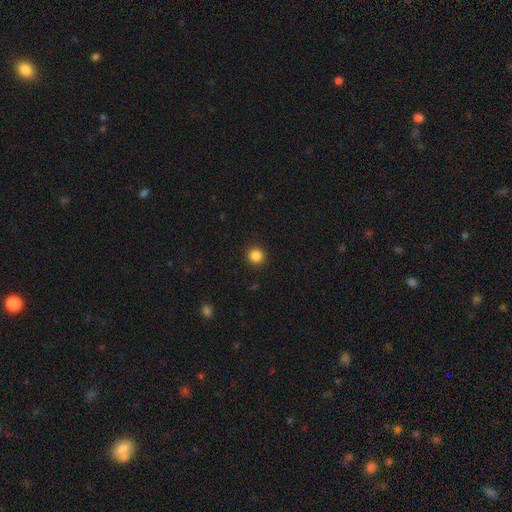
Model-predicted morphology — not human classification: Smooth or featured? Predicted: smooth (p=0.85). How rounded? Predicted: round (p=0.94). Merging? Predicted: none (p=0.92).